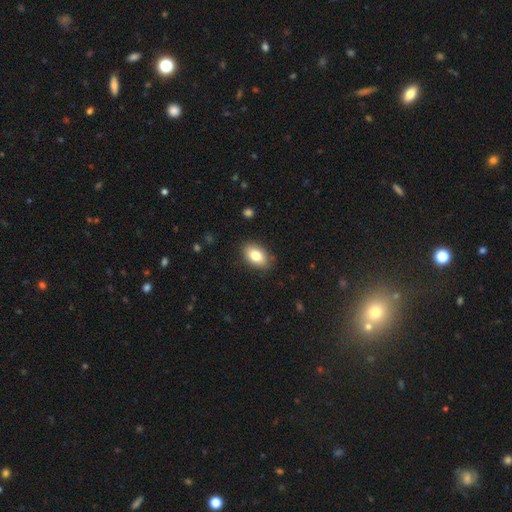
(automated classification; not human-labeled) This appears to be a smooth galaxy with no disk features (82%) that is in between round and cigar-shaped (91%). Merging: none (86%).